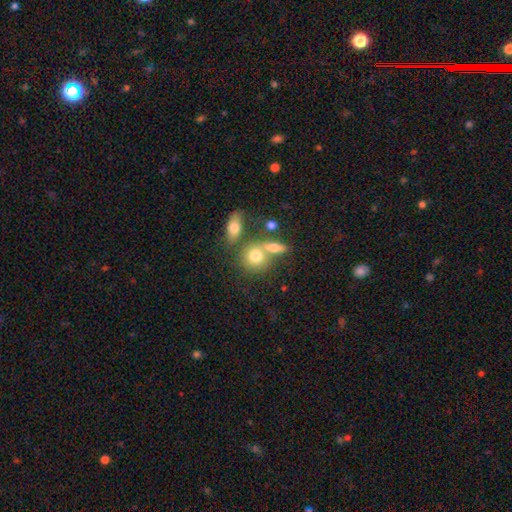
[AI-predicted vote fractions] Overall: smooth (73%). How rounded: round (64%; in between 33%). Merging: merger (42%; none 41%).